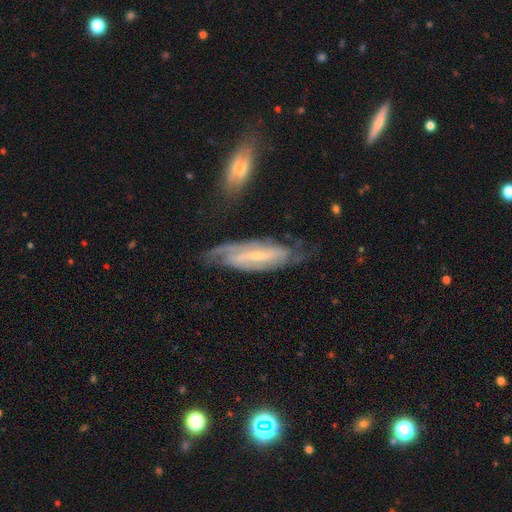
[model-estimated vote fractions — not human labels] smooth_or_featured: featured or disk (p=0.81) [alt: smooth p=0.13]
disk_edge_on: no (p=0.86) [alt: yes p=0.14]
bar: weak (p=0.41) [alt: strong p=0.39]
has_spiral_arms: yes (p=0.93) [alt: no p=0.07]
spiral_winding: tight (p=0.46) [alt: medium p=0.40]
spiral_arm_count: 2 (p=0.64) [alt: can't tell p=0.22]
bulge_size: small (p=0.67) [alt: moderate p=0.25]
merging: none (p=0.67) [alt: minor disturbance p=0.21]